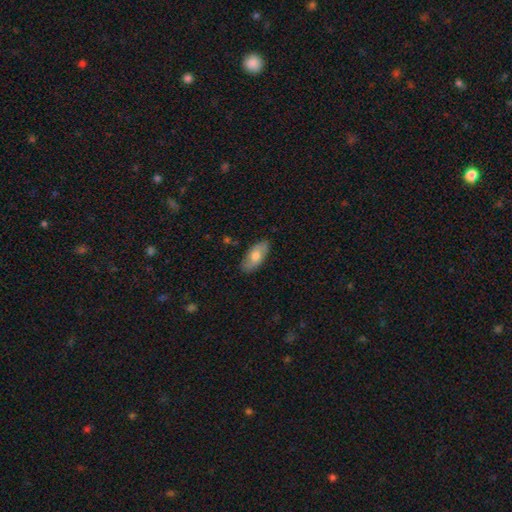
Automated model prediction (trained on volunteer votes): Smooth or featured? smooth (68%)
How rounded? in between (91%)
Merging? none (84%)